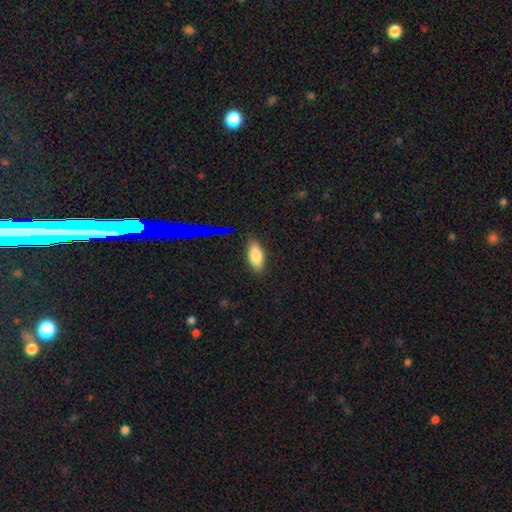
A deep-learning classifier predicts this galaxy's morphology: A smooth galaxy with no disk features (82%) that is in between round and cigar-shaped (84%).

Vote fractions:
- Smooth or featured? smooth: 82% / star or artifact: 9% / featured or disk: 8%
- How rounded? in between: 84% / cigar-shaped: 13% / round: 3%
- Merging? none: 86% / minor disturbance: 10% / major disturbance: 3% / merger: 1%